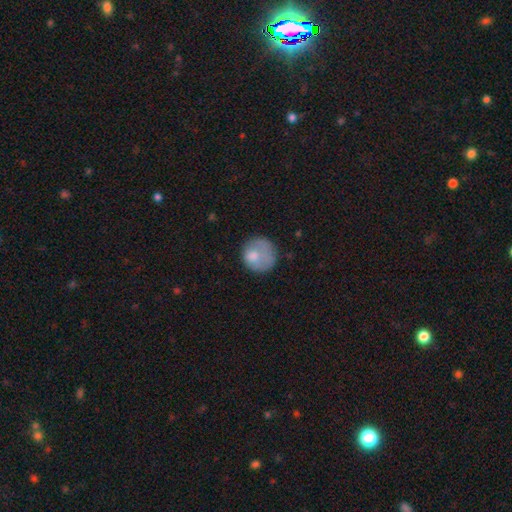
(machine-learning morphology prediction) Overall: smooth (72%). How rounded: round (82%). Merging: none (53%; minor disturbance 26%).